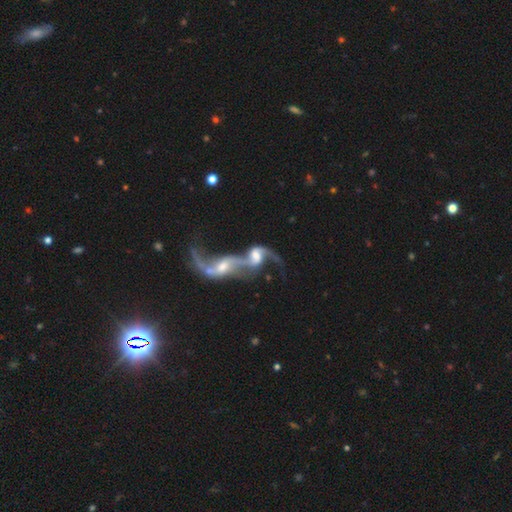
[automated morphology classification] Smooth or featured: featured or disk — 77% (smooth — 15%)
Edge-on disk: no — 94% (yes — 6%)
Bar: no — 42% (weak — 38%)
Spiral arms: yes — 85% (no — 15%)
Spiral winding: loose — 83% (medium — 14%)
Spiral arm count: 2 — 73% (1 — 16%)
Bulge size: moderate — 43% (small — 22%)
Merging: merger — 82% (major disturbance — 8%)